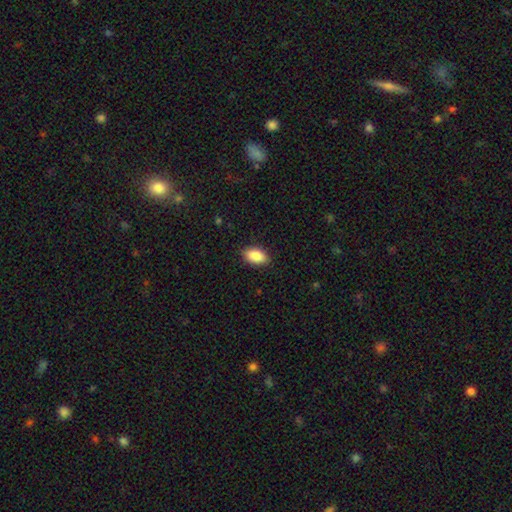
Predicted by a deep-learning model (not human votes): smooth_or_featured: smooth (p=0.88) [alt: star or artifact p=0.07]
how_rounded: in between (p=0.93) [alt: round p=0.04]
merging: none (p=0.88) [alt: minor disturbance p=0.09]